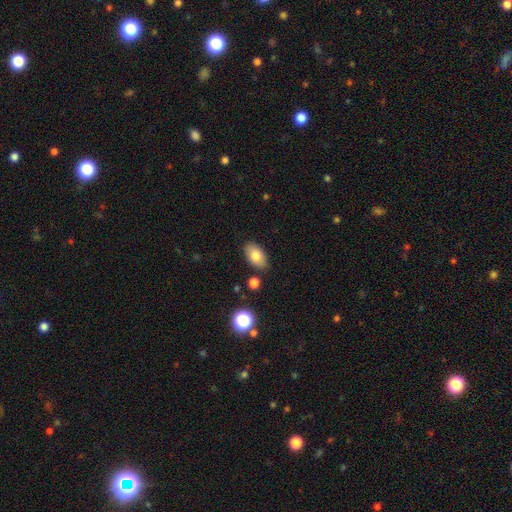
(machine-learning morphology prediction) A smooth galaxy with no disk features (80%) that is in between round and cigar-shaped (92%). Merging: none (84%).